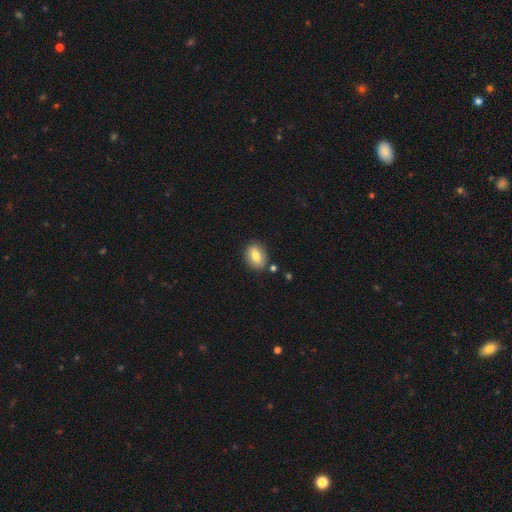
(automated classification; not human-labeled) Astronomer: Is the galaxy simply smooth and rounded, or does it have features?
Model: smooth — 75%.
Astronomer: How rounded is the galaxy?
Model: in between — 69%.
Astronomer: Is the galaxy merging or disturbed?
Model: none — 83%.